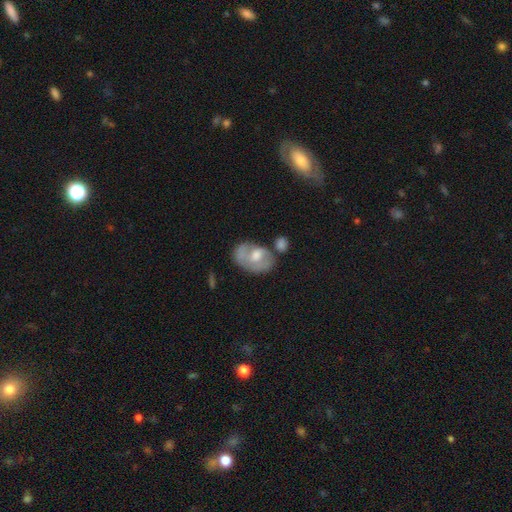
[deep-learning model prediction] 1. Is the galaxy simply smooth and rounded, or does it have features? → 52% featured or disk, 41% smooth, 7% star or artifact.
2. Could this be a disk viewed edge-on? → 95% no, 5% yes.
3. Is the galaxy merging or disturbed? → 44% none, 24% minor disturbance, 18% merger, 14% major disturbance.